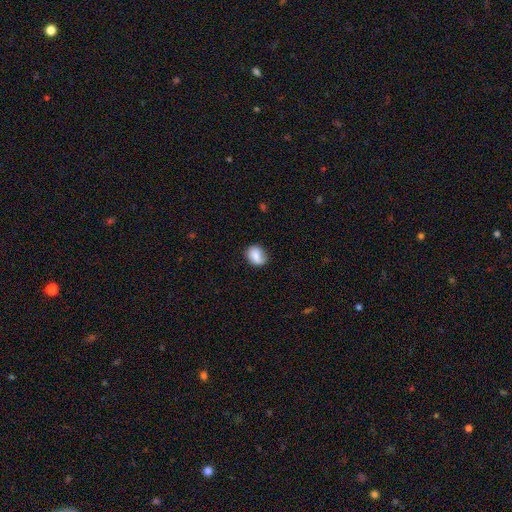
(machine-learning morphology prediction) Smooth or featured: smooth — 78% (featured or disk — 14%)
How rounded: round — 56% (in between — 43%)
Merging: none — 68% (minor disturbance — 24%)